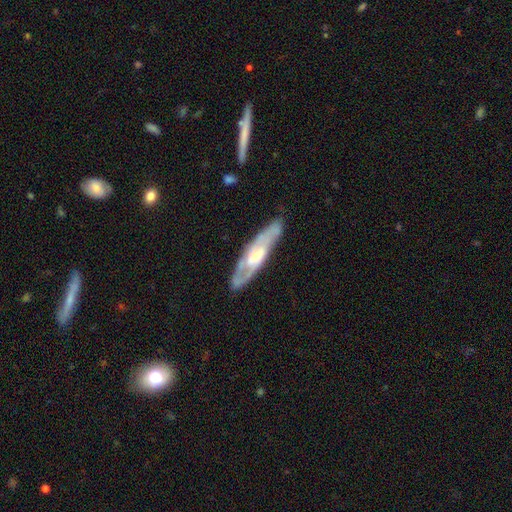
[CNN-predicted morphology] smooth_or_featured: featured or disk (p=0.72) [alt: smooth p=0.22]
disk_edge_on: no (p=0.62) [alt: yes p=0.38]
merging: none (p=0.79) [alt: minor disturbance p=0.15]